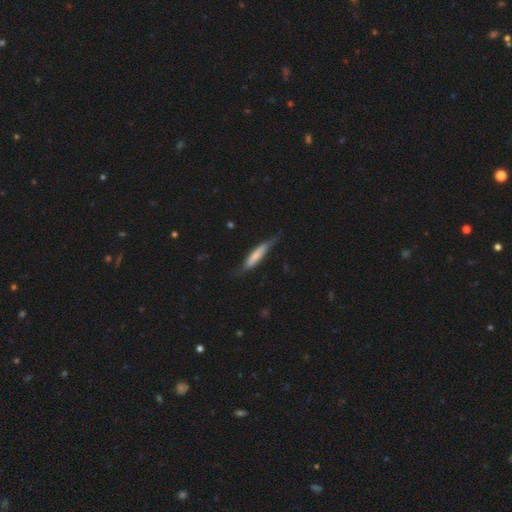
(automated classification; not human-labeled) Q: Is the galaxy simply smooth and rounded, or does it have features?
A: smooth — 65%.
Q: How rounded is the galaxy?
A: cigar-shaped — 85%.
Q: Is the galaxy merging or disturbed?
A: none — 60%.